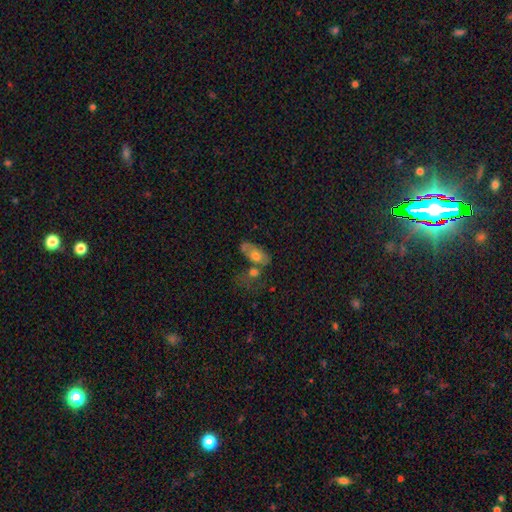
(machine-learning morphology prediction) Smooth or featured? Predicted: smooth (p=0.55). How rounded? Predicted: in between (p=0.87). Merging? Predicted: merger (p=0.37).